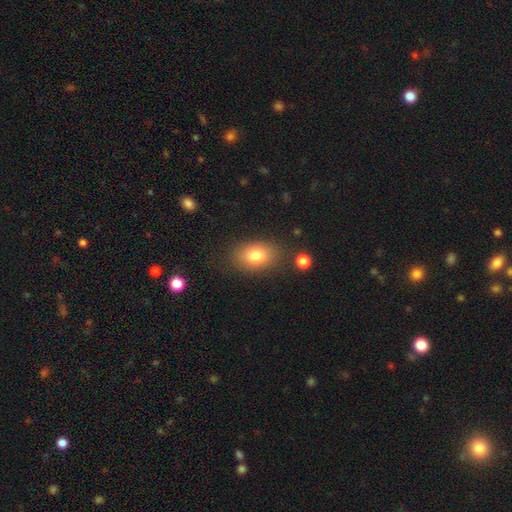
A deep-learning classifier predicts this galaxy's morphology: type=smooth (81%); roundness=in between (81%); merging=none (80%).